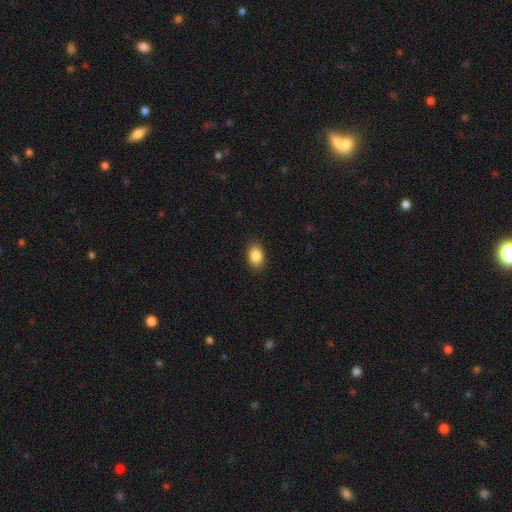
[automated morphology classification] Smooth or featured?
  - smooth: 87% *
  - star or artifact: 8%
  - featured or disk: 4%
How rounded?
  - in between: 83% *
  - round: 16%
  - cigar-shaped: 1%
Merging?
  - none: 89% *
  - minor disturbance: 8%
  - major disturbance: 2%
  - merger: 1%